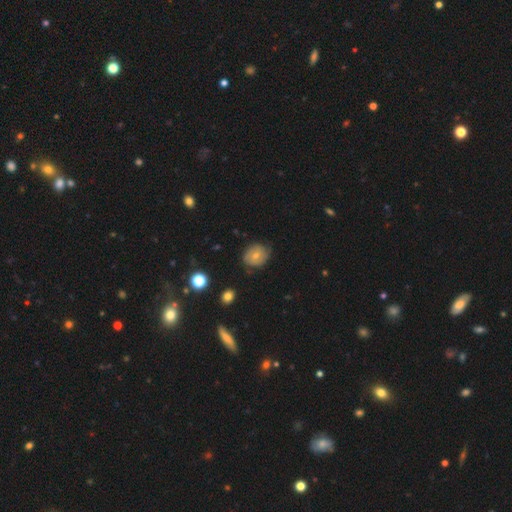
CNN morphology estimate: Overall: smooth (50%; featured or disk 41%). Merging: none (72%).